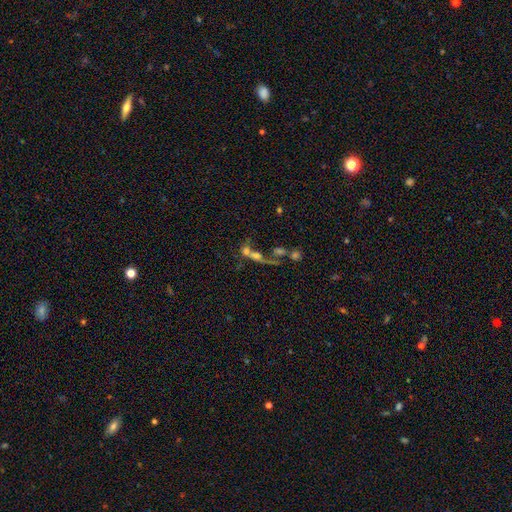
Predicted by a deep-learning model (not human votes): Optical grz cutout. It shows a smooth galaxy with no disk features (41%). Merging: merger (60%).